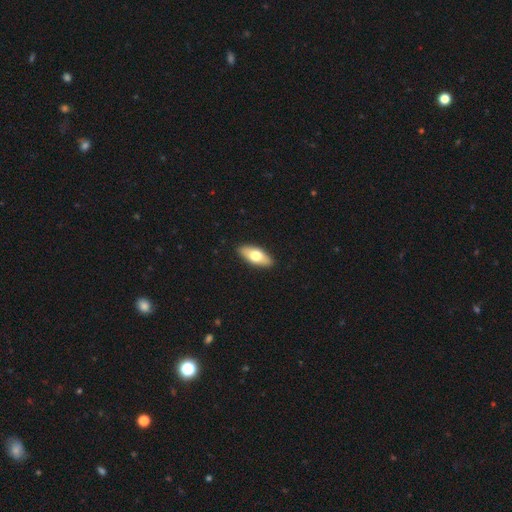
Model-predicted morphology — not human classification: smooth_or_featured: smooth (p=0.68) [alt: featured or disk p=0.27]
how_rounded: in between (p=0.83) [alt: cigar-shaped p=0.14]
merging: none (p=0.90) [alt: minor disturbance p=0.07]